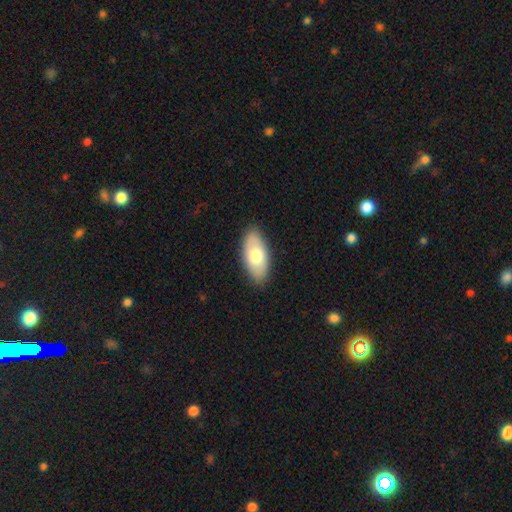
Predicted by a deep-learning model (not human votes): Overall: smooth (68%). How rounded: in between (92%). Merging: none (87%).